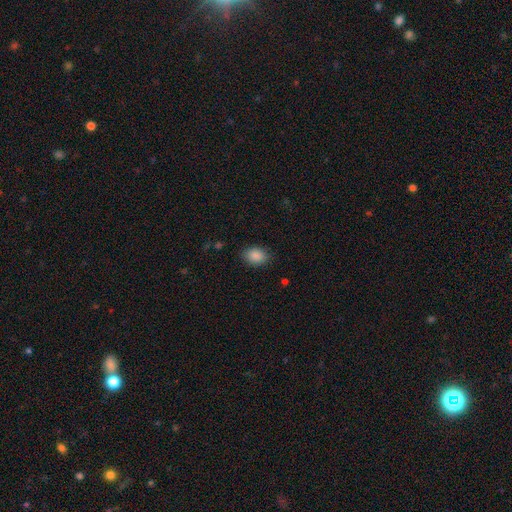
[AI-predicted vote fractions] A smooth galaxy with no disk features (88%) that is in between round and cigar-shaped (73%).

Vote fractions:
- Smooth or featured? smooth: 88% / star or artifact: 8% / featured or disk: 3%
- How rounded? in between: 73% / round: 26% / cigar-shaped: 1%
- Merging? none: 85% / minor disturbance: 11% / major disturbance: 3% / merger: 1%